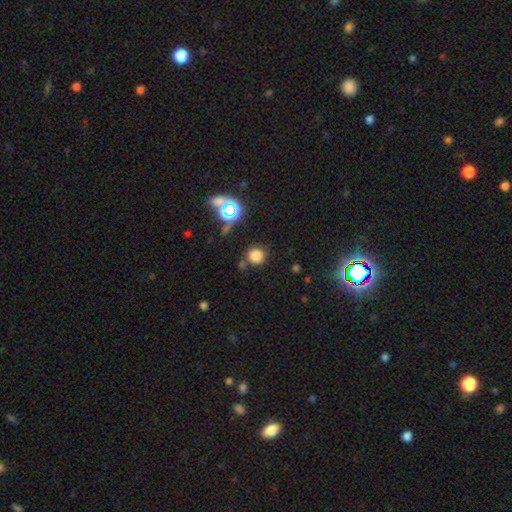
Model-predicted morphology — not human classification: smooth 76%, star or artifact 19%, featured or disk 6%. Down the decision tree: how rounded — round (90%); merging — none (77%).